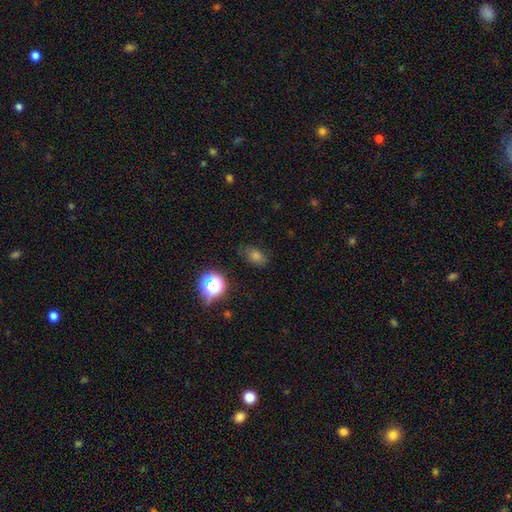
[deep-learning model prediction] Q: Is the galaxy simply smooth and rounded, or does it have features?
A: smooth — 61%.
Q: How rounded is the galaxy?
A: in between — 75%.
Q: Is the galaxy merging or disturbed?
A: none — 78%.